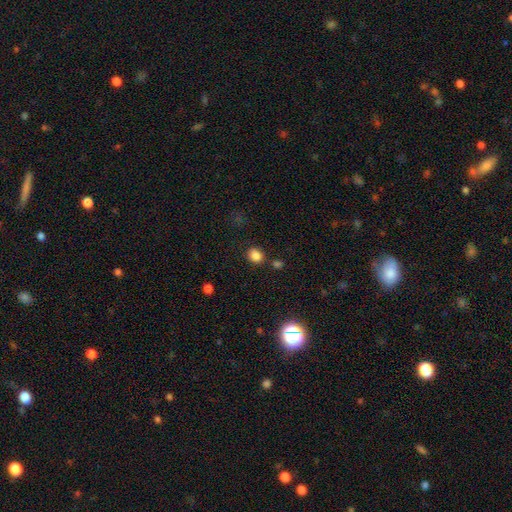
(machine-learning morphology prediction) smooth_or_featured: smooth (p=0.84) [alt: star or artifact p=0.12]
how_rounded: round (p=0.66) [alt: in between p=0.33]
merging: none (p=0.80) [alt: minor disturbance p=0.10]